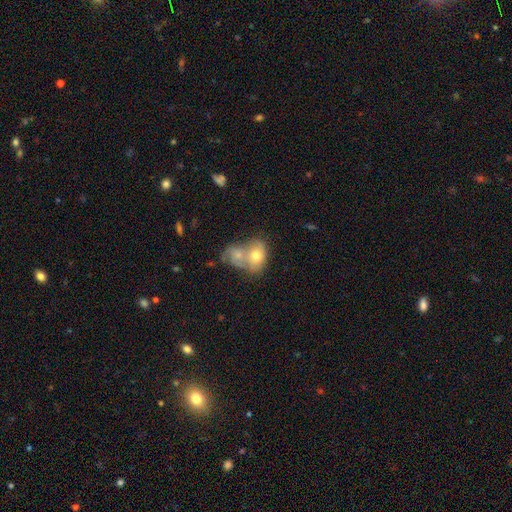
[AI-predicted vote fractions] smooth-or-featured: smooth: 68% | featured or disk: 24% | star or artifact: 8%
  how-rounded: in between: 63% | round: 36% | cigar-shaped: 2%
  merging: merger: 69% | none: 20% | minor disturbance: 8% | major disturbance: 4%